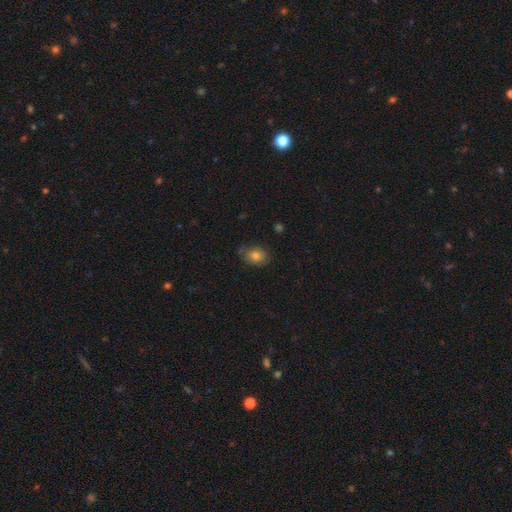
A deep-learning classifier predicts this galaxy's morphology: type=smooth (81%); roundness=in between (54%); merging=none (75%).